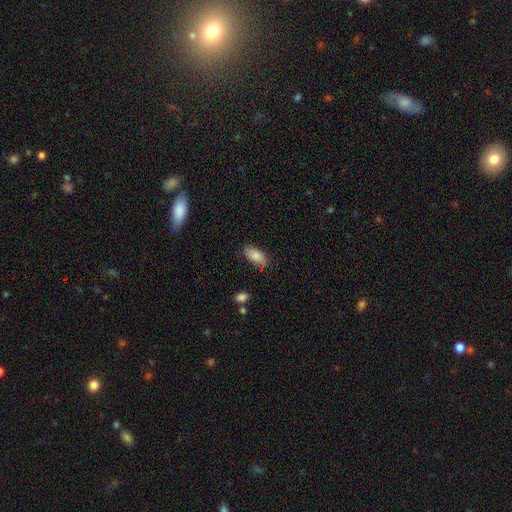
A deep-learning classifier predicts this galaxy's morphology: type=smooth (84%); roundness=in between (92%); merging=none (74%).